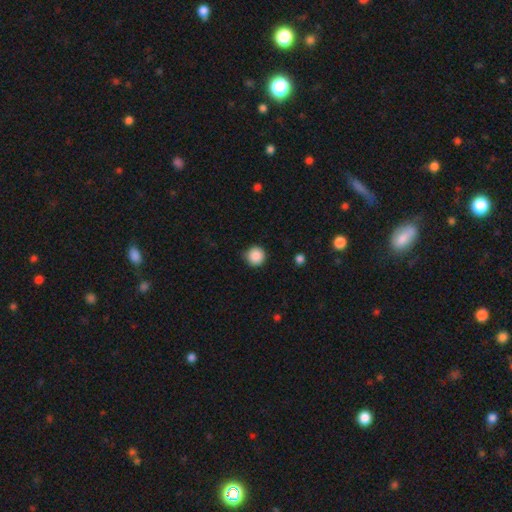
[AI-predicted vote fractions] The model was most divided on "merging": none: 87%, minor disturbance: 9%, major disturbance: 2%, merger: 1%. More confident: how rounded — round (96%); smooth or featured — smooth (88%).